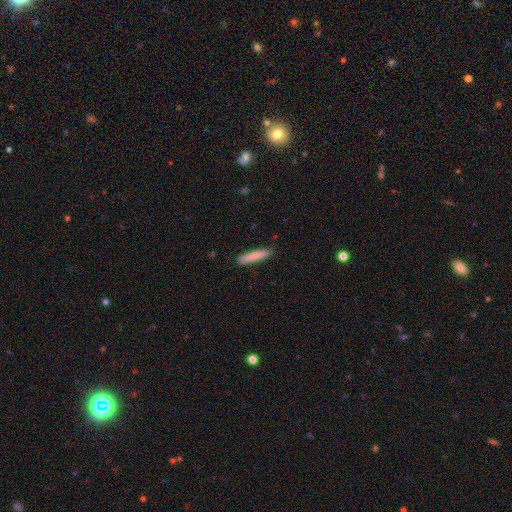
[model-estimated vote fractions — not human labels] Smooth or featured? smooth (83%)
How rounded? cigar-shaped (88%)
Merging? none (87%)